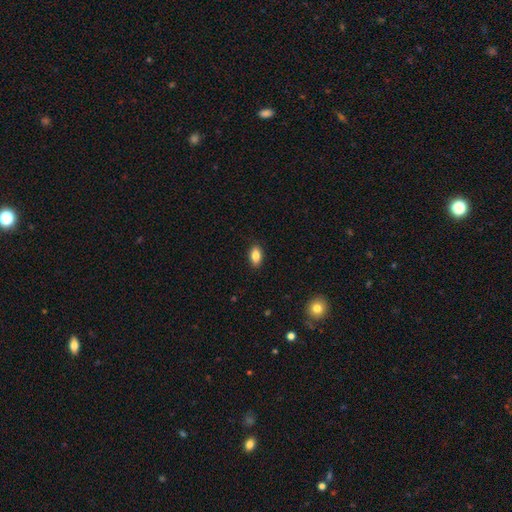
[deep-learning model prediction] This appears to be a smooth galaxy with no disk features (84%) that is in between round and cigar-shaped (90%). Merging: none (89%).